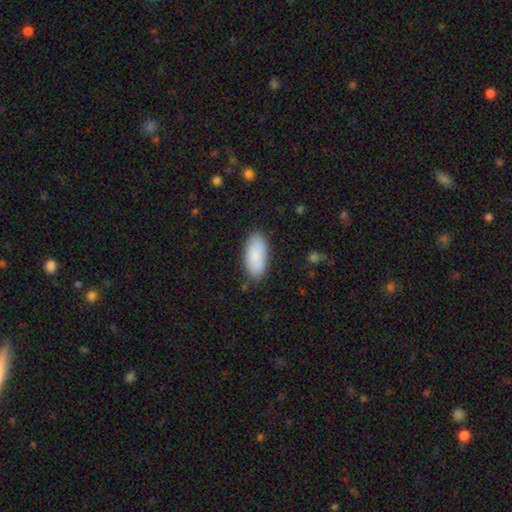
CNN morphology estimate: This appears to be a smooth galaxy with no disk features (86%) that is in between round and cigar-shaped (90%). Merging: none (83%).